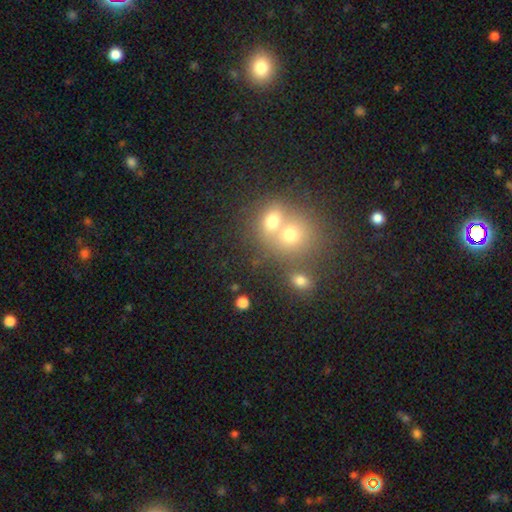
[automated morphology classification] This appears to be a smooth galaxy with no disk features (57%) that is round (79%). Merging: merger (54%).